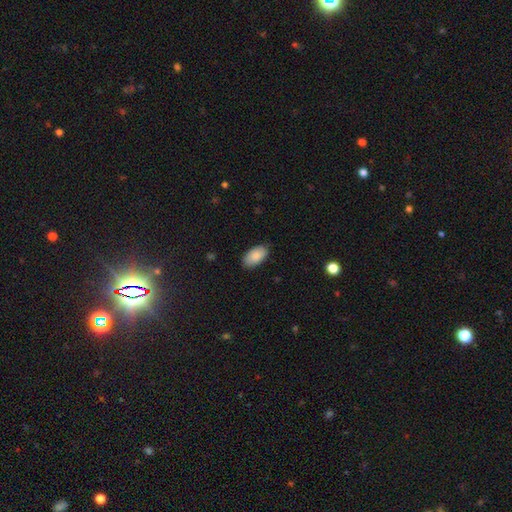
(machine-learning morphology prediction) A smooth galaxy with no disk features (88%) that is in between round and cigar-shaped (95%).

Vote fractions:
- Smooth or featured? smooth: 88% / star or artifact: 6% / featured or disk: 6%
- How rounded? in between: 95% / round: 3% / cigar-shaped: 2%
- Merging? none: 84% / minor disturbance: 13% / major disturbance: 2% / merger: 1%